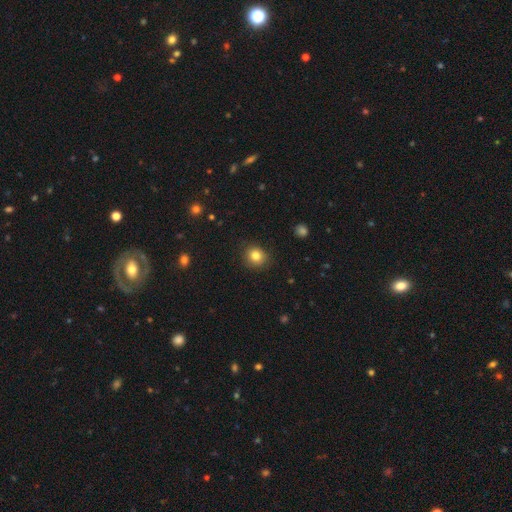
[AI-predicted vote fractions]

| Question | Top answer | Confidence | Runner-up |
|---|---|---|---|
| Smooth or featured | smooth | 83% | star or artifact (11%) |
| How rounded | round | 79% | in between (20%) |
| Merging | none | 87% | minor disturbance (10%) |